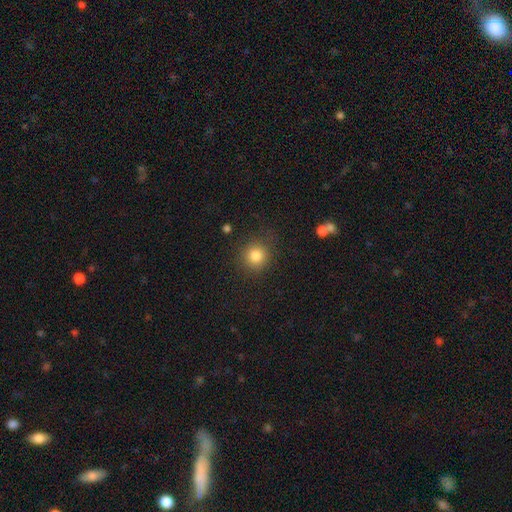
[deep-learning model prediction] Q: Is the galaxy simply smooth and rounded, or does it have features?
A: smooth — 83%.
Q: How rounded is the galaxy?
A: round — 90%.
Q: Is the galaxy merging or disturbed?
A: none — 84%.